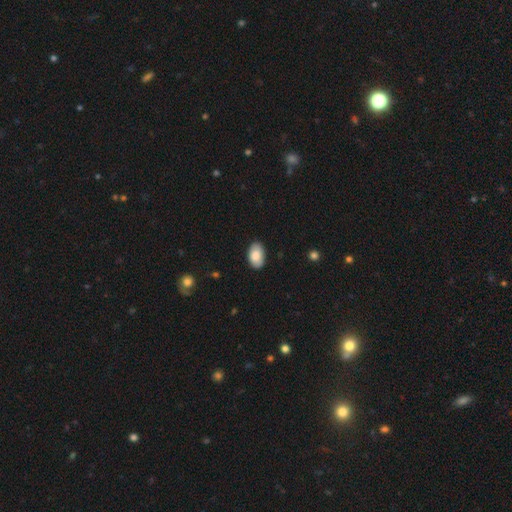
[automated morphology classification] Overall: smooth (87%). How rounded: in between (93%). Merging: none (86%).